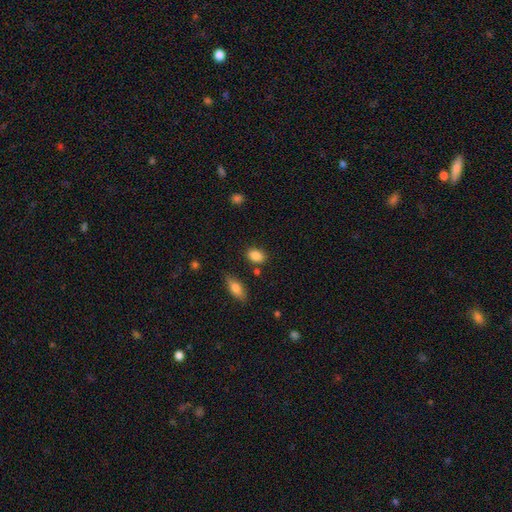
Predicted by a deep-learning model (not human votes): Smooth or featured: smooth — 86% (star or artifact — 8%)
How rounded: in between — 75% (round — 23%)
Merging: none — 80% (minor disturbance — 12%)